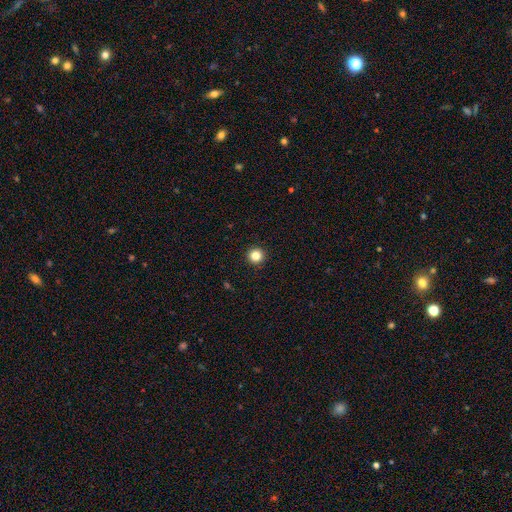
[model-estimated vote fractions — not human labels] smooth_or_featured: smooth (p=0.83) [alt: star or artifact p=0.12]
how_rounded: round (p=0.96) [alt: in between p=0.03]
merging: none (p=0.94) [alt: minor disturbance p=0.04]